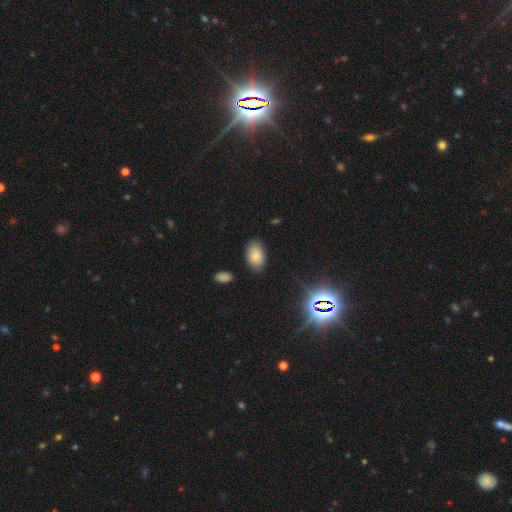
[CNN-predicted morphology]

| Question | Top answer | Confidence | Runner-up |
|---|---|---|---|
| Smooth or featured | smooth | 81% | star or artifact (11%) |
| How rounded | in between | 92% | round (6%) |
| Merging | none | 84% | minor disturbance (11%) |